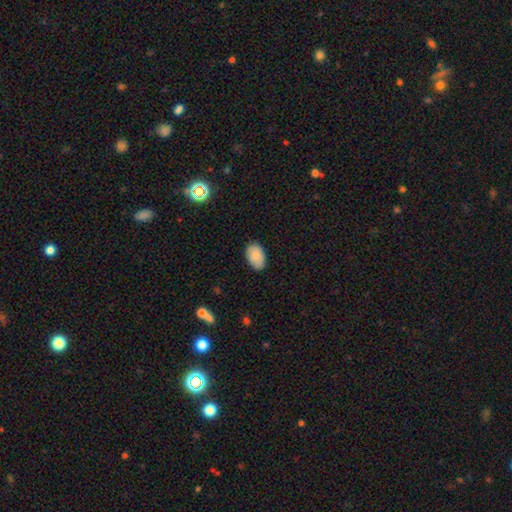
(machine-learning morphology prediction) type=smooth (85%); roundness=in between (92%); merging=none (85%).